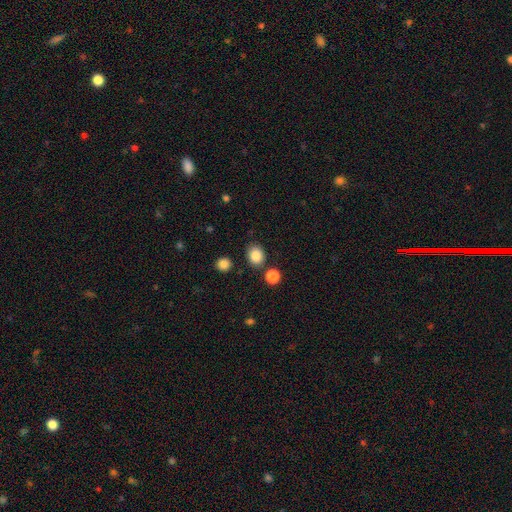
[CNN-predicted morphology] Smooth or featured? Predicted: smooth (p=0.85). How rounded? Predicted: round (p=0.57). Merging? Predicted: none (p=0.80).